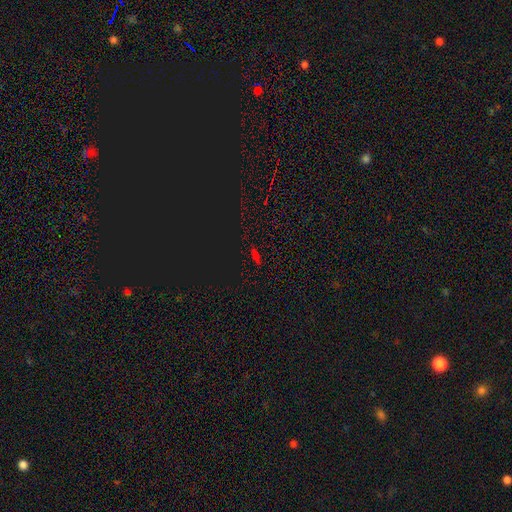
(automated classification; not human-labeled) Smooth or featured? Predicted: star or artifact (p=0.48).